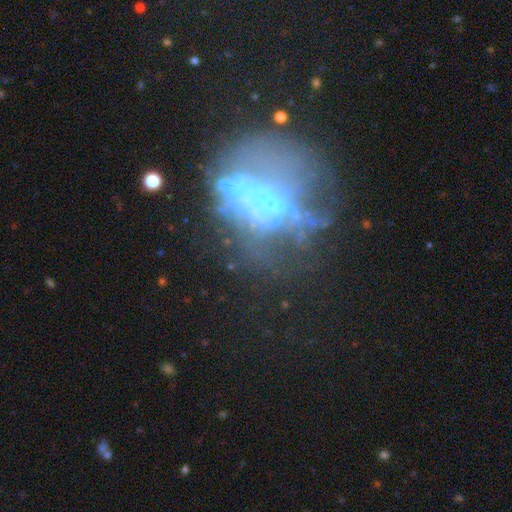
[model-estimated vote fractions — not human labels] This appears to be a featured or disk galaxy (53%). Merging: none (39%).